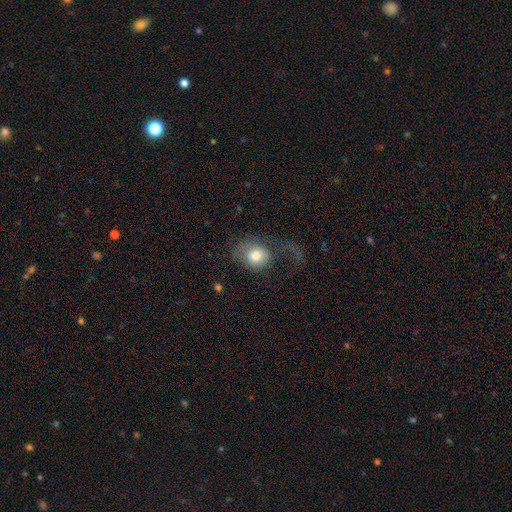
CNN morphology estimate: Smooth or featured? smooth (71%)
How rounded? round (68%)
Merging? major disturbance (53%)